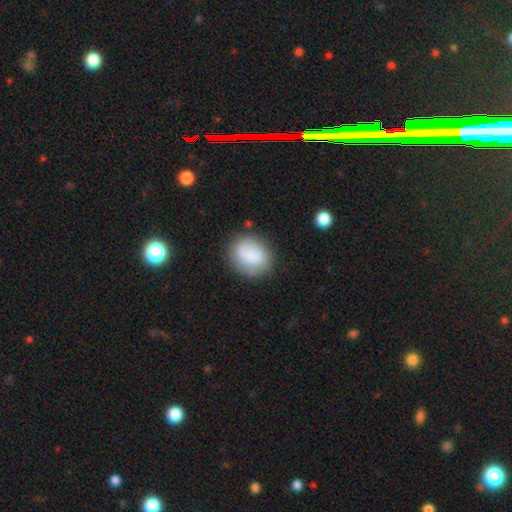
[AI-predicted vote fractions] Smooth or featured? smooth (78%)
How rounded? round (58%)
Merging? none (67%)